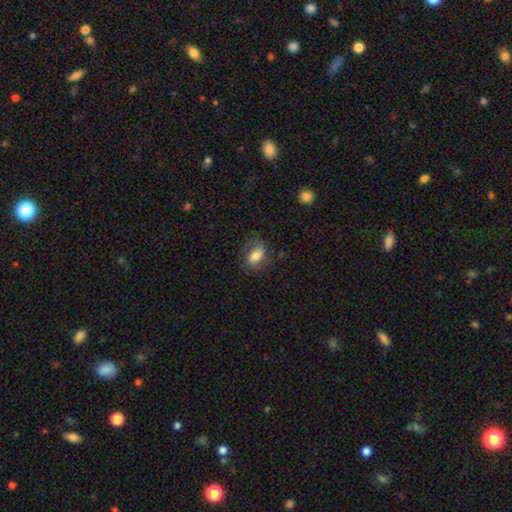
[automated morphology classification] This is likely a smooth galaxy (69%). How rounded: clearly in between (83%). Merging: likely none (69%).